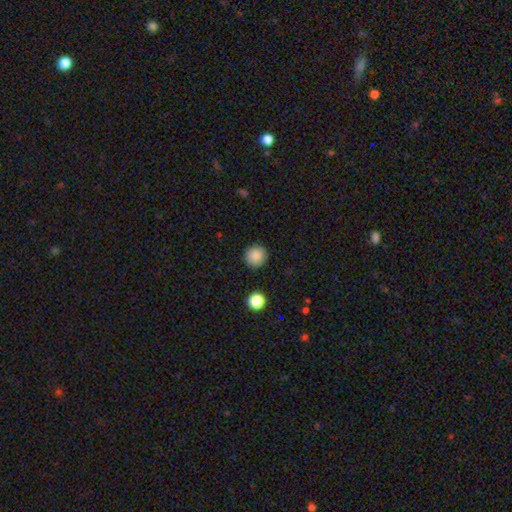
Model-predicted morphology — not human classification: A smooth galaxy with no disk features (86%) that is round (95%).

Vote fractions:
- Smooth or featured? smooth: 86% / star or artifact: 10% / featured or disk: 5%
- How rounded? round: 95% / in between: 4% / cigar-shaped: 1%
- Merging? none: 91% / minor disturbance: 6% / major disturbance: 2% / merger: 1%